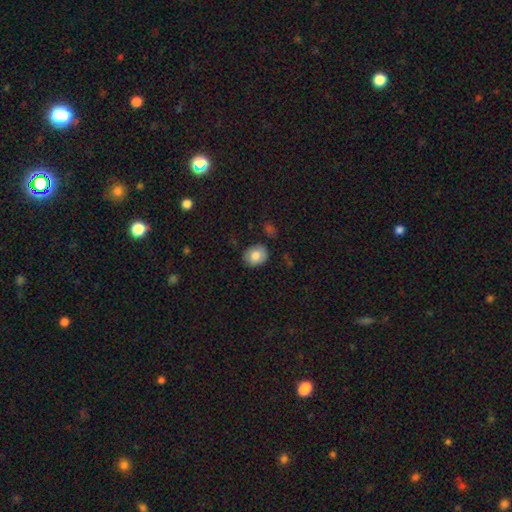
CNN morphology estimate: A smooth galaxy with no disk features (78%) that is round (57%).

Vote fractions:
- Smooth or featured? smooth: 78% / featured or disk: 14% / star or artifact: 8%
- How rounded? round: 57% / in between: 42% / cigar-shaped: 1%
- Merging? none: 82% / minor disturbance: 14% / major disturbance: 3% / merger: 2%